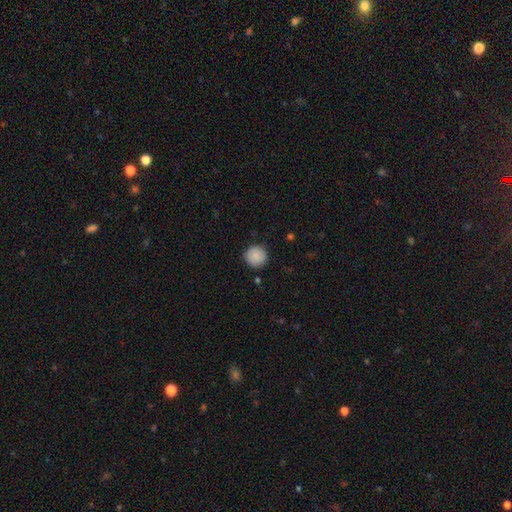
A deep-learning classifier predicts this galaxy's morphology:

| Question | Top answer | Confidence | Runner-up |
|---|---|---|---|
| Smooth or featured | smooth | 88% | star or artifact (7%) |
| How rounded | round | 95% | in between (4%) |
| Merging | none | 90% | minor disturbance (7%) |